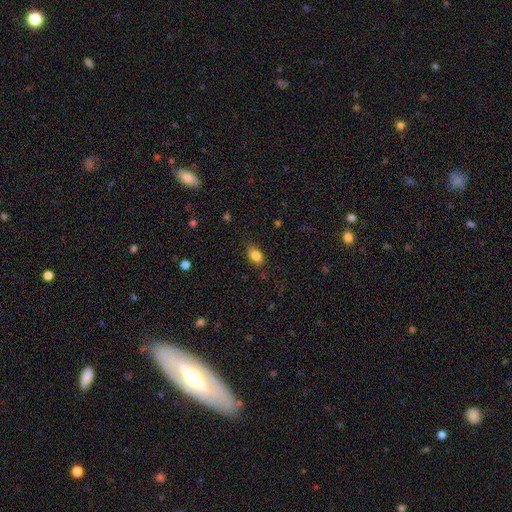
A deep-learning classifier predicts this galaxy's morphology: smooth 83%, star or artifact 9%, featured or disk 8%. Down the decision tree: how rounded — in between (80%); merging — none (81%).